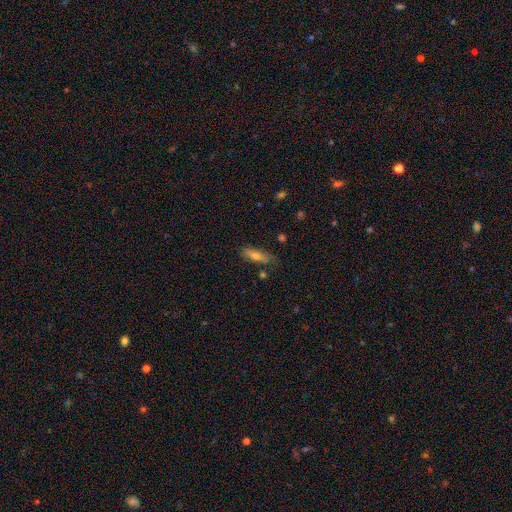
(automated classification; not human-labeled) Q: Smooth or featured?
A: smooth (63%); runner-up: featured or disk (28%)
Q: How rounded?
A: cigar-shaped (63%); runner-up: in between (35%)
Q: Merging?
A: none (74%); runner-up: minor disturbance (19%)